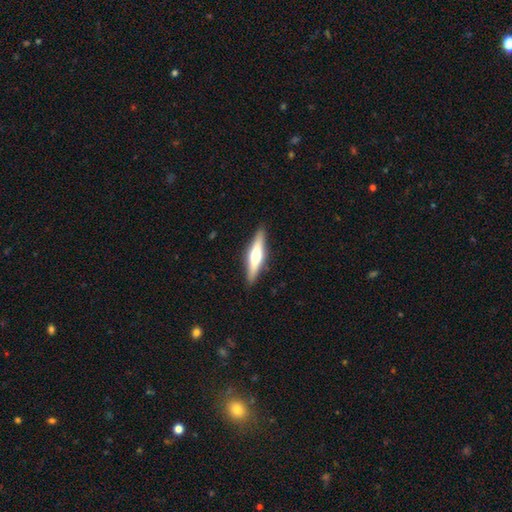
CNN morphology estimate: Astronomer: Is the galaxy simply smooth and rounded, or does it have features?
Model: featured or disk — 55% (runner-up: smooth, 40%).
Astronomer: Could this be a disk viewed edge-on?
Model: yes — 96%.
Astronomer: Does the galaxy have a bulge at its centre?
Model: rounded — 89%.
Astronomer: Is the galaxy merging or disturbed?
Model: none — 90%.